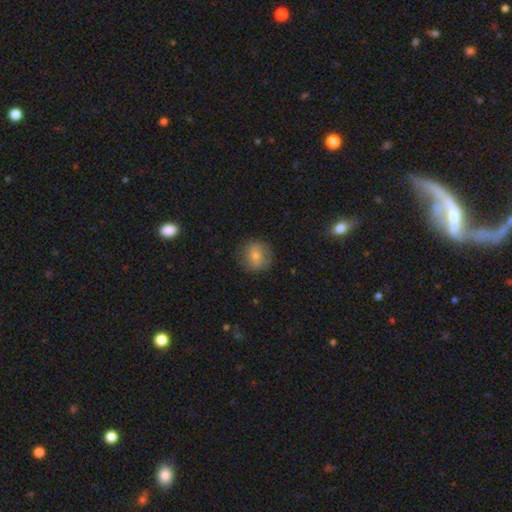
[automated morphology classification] A smooth galaxy with no disk features (73%) that is round (87%).

Vote fractions:
- Smooth or featured? smooth: 73% / featured or disk: 18% / star or artifact: 9%
- How rounded? round: 87% / in between: 12% / cigar-shaped: 1%
- Merging? none: 81% / minor disturbance: 14% / major disturbance: 4% / merger: 1%